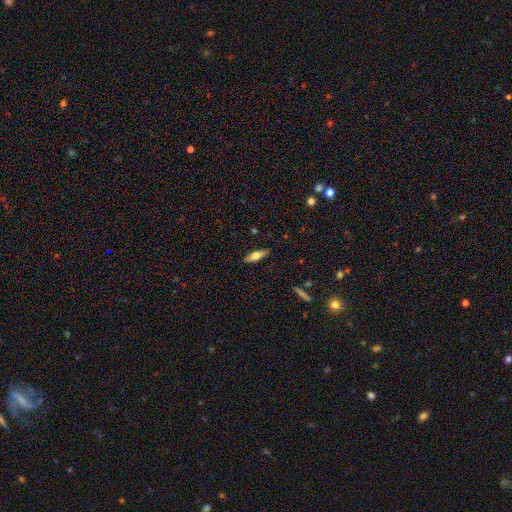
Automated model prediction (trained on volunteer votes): A smooth galaxy with no disk features (64%) that is in between round and cigar-shaped (51%).

Vote fractions:
- Smooth or featured? smooth: 64% / featured or disk: 30% / star or artifact: 7%
- How rounded? in between: 51% / cigar-shaped: 47% / round: 2%
- Merging? none: 88% / minor disturbance: 9% / major disturbance: 2% / merger: 1%